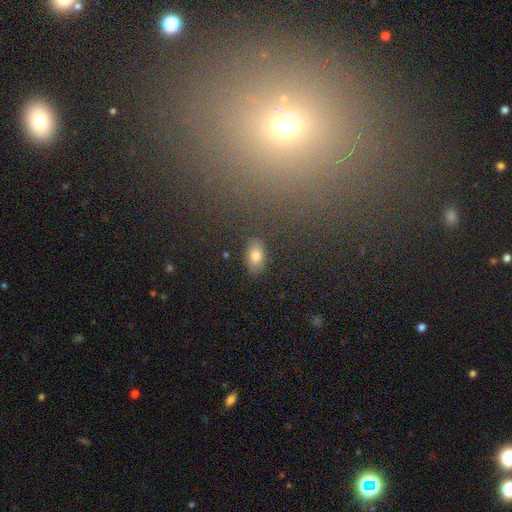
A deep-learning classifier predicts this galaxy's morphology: This is likely a smooth galaxy (78%). How rounded: clearly in between (90%). Merging: clearly none (87%).